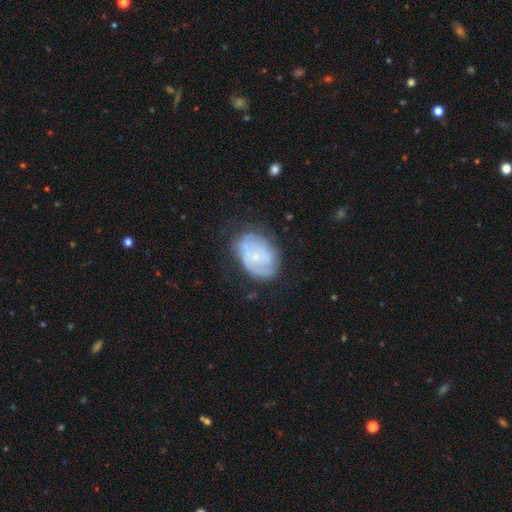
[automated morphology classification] featured or disk 55%, smooth 37%, star or artifact 8%. Down the decision tree: edge-on disk — no (96%); bar — no (77%); spiral arms — yes (55%); bulge size — small (70%); merging — none (59%).